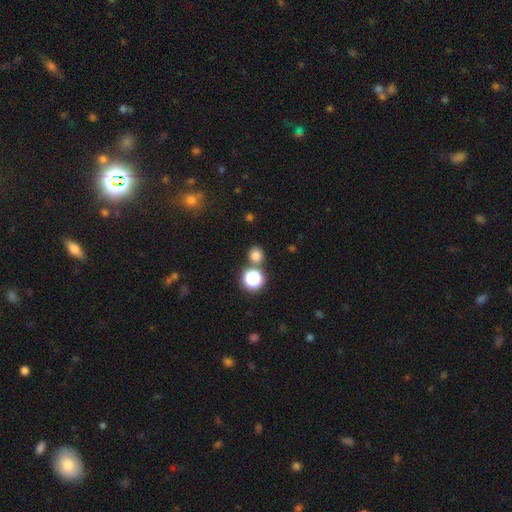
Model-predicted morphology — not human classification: Overall: smooth (75%). How rounded: round (86%). Merging: none (78%).